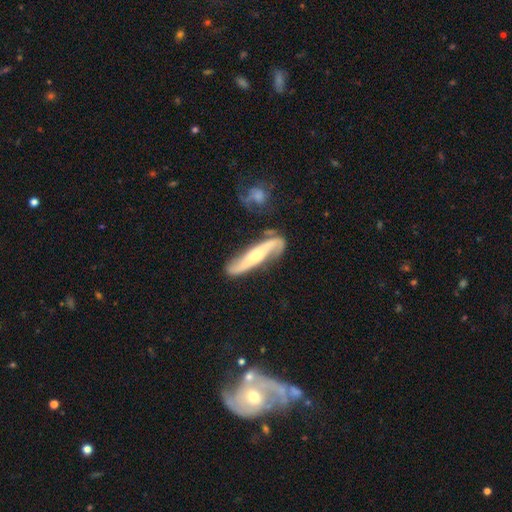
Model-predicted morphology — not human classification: This is likely a featured or disk galaxy (75%). It is likely not viewed edge-on (70%). Bar: possibly no (53%). Spiral arm pattern: clearly yes (91%). Central bulge: possibly moderate (47%). Merging: likely none (66%).